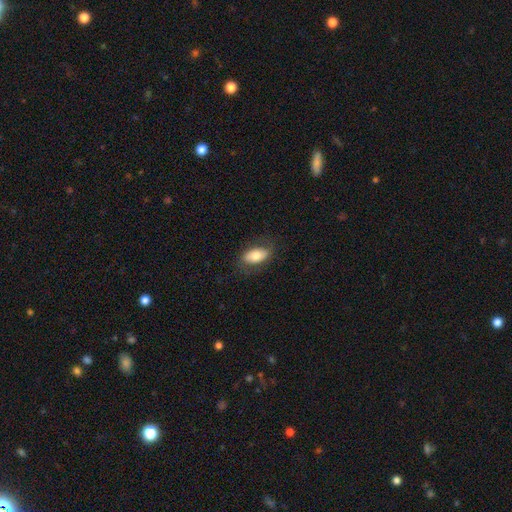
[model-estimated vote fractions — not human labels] Morphology: type=smooth (71%); roundness=in between (90%); merging=none (77%).